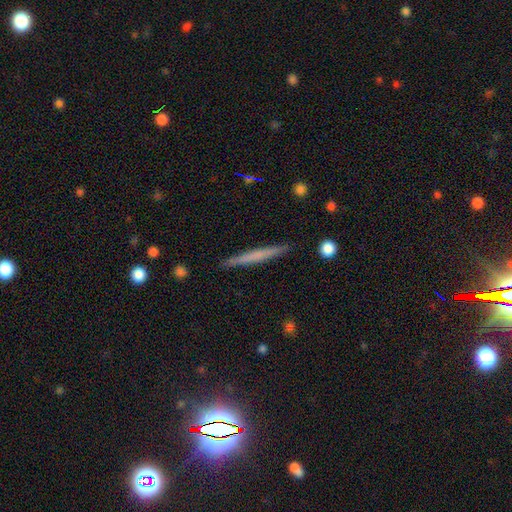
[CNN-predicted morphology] Smooth or featured: smooth — 54% (featured or disk — 40%)
How rounded: cigar-shaped — 97% (in between — 2%)
Merging: none — 91% (minor disturbance — 7%)